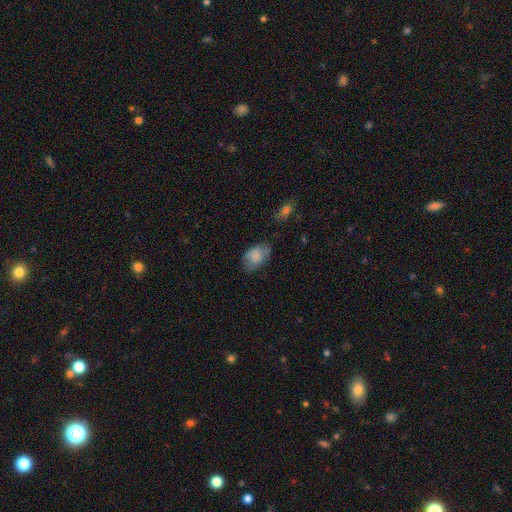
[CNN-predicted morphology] A smooth galaxy with no disk features (77%) that is in between round and cigar-shaped (88%).

Vote fractions:
- Smooth or featured? smooth: 77% / featured or disk: 15% / star or artifact: 8%
- How rounded? in between: 88% / round: 10% / cigar-shaped: 1%
- Merging? none: 65% / minor disturbance: 25% / major disturbance: 8% / merger: 2%